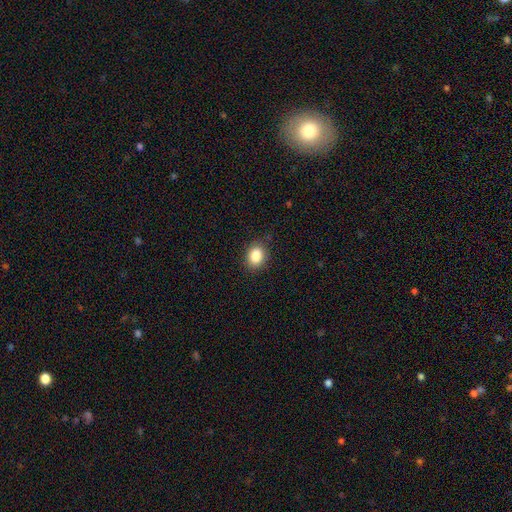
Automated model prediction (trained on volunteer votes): Morphology: type=smooth (86%); roundness=in between (58%); merging=none (85%).